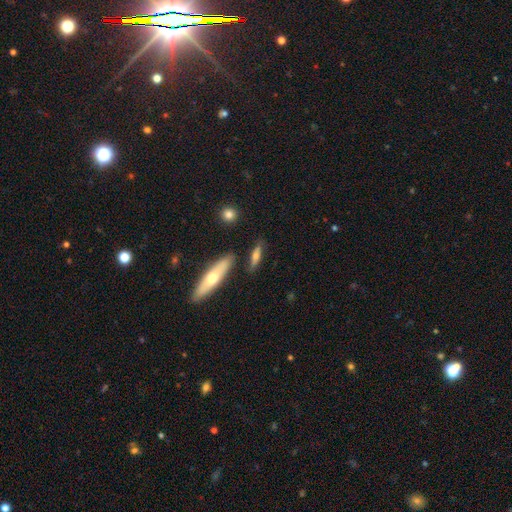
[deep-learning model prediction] The model was most divided on "smooth or featured": smooth: 56%, featured or disk: 36%, star or artifact: 7%. More confident: merging — none (75%); how rounded — cigar-shaped (64%).